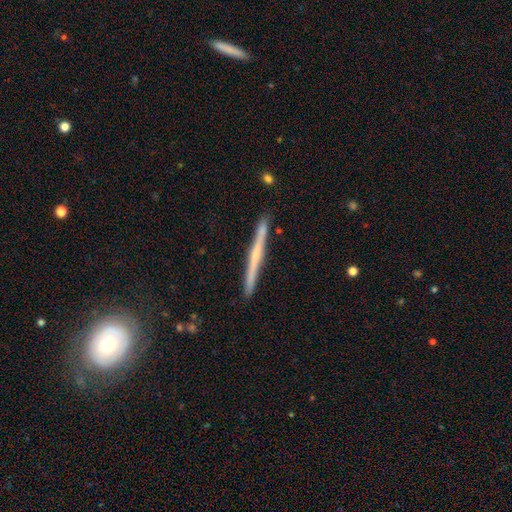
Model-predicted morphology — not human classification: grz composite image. It shows a featured or disk galaxy (58%) viewed edge-on (98%) with no central bulge (69%). Merging: none (91%).